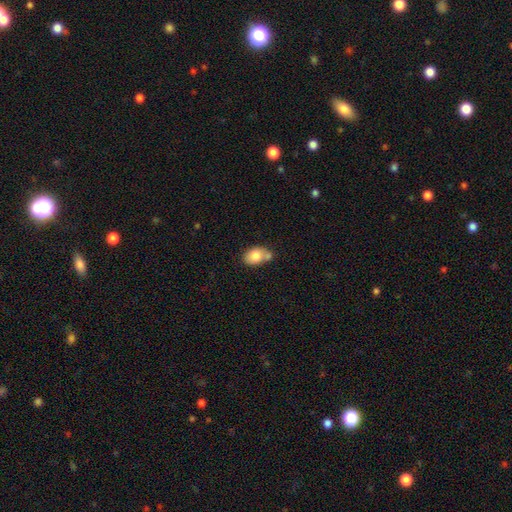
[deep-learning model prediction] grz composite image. It shows a smooth galaxy with no disk features (78%) that is in between round and cigar-shaped (75%). Merging: none (43%).